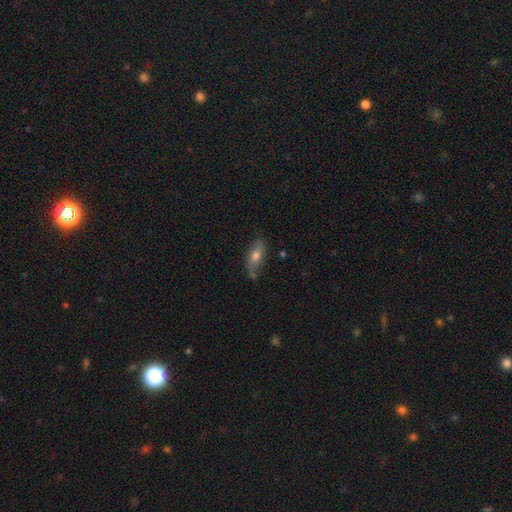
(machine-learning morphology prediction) Overall: smooth (56%; featured or disk 35%). How rounded: in between (71%). Merging: none (67%).